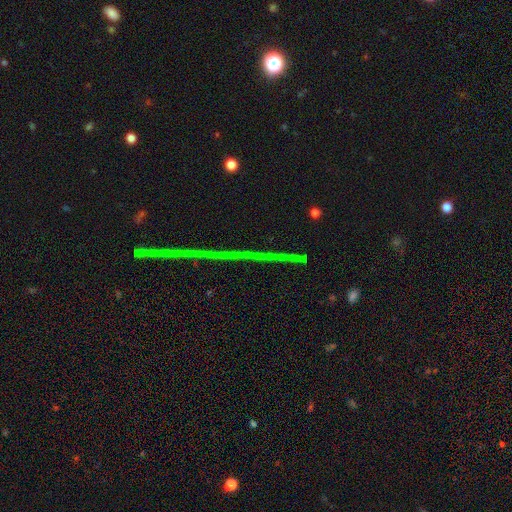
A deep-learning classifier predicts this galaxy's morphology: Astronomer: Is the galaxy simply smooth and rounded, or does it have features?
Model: star or artifact — 78%.